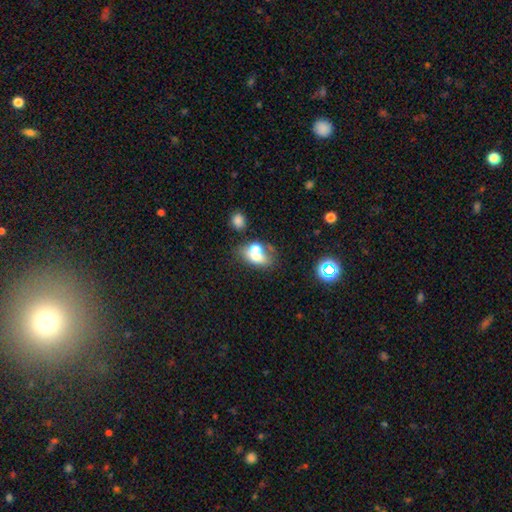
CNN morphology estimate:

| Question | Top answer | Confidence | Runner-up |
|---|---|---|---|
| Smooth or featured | smooth | 62% | featured or disk (26%) |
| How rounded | in between | 69% | round (28%) |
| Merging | merger | 50% | none (30%) |